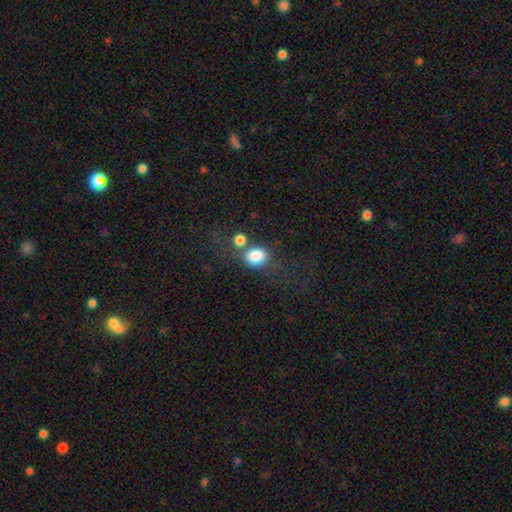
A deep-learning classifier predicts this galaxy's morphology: smooth 83%, star or artifact 10%, featured or disk 7%. Down the decision tree: how rounded — in between (52%); merging — none (48%).